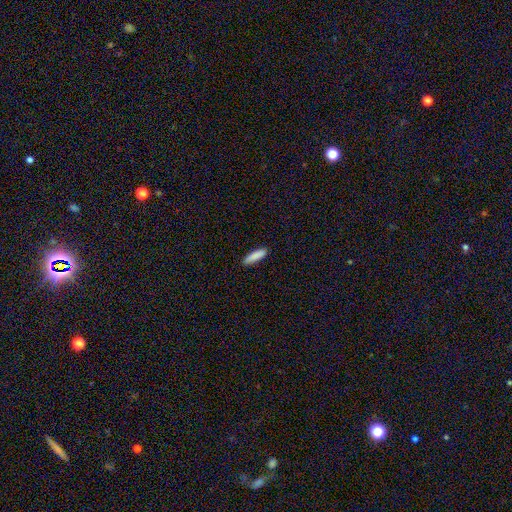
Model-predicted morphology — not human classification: smooth 88%, star or artifact 6%, featured or disk 6%. Down the decision tree: how rounded — cigar-shaped (69%); merging — none (88%).